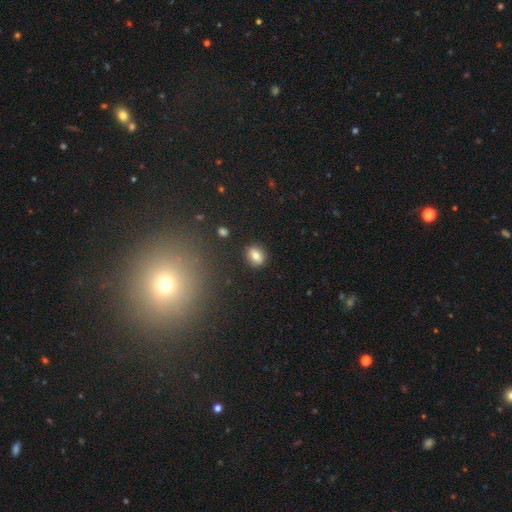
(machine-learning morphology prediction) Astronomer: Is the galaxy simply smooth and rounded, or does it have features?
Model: smooth — 76%.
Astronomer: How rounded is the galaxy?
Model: round — 51% (runner-up: in between, 48%).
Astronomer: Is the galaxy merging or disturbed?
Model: none — 86%.